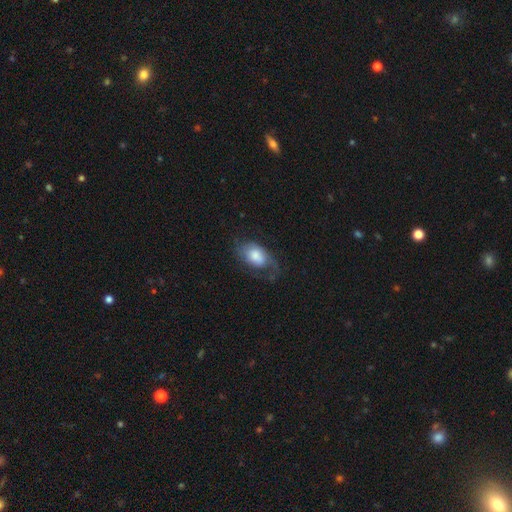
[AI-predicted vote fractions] Smooth or featured: smooth — 57% (featured or disk — 35%)
How rounded: in between — 88% (round — 11%)
Merging: none — 45% (minor disturbance — 28%)